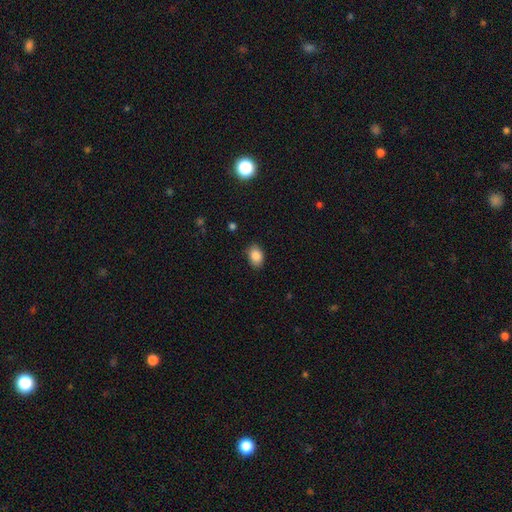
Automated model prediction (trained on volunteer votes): smooth-or-featured: smooth: 87% | star or artifact: 8% | featured or disk: 5%
  how-rounded: in between: 80% | round: 19% | cigar-shaped: 1%
  merging: none: 85% | minor disturbance: 11% | major disturbance: 2% | merger: 1%